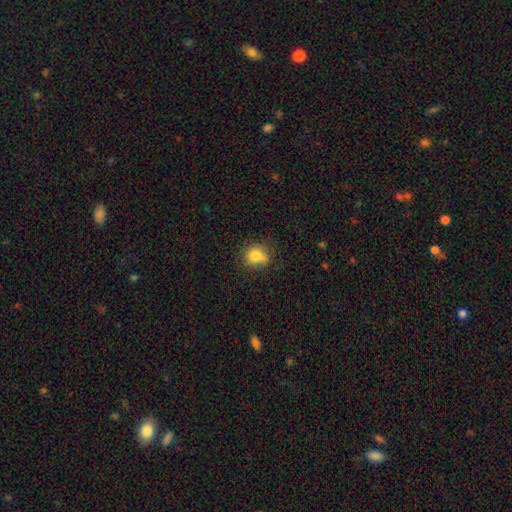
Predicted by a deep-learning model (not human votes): smooth-or-featured: smooth: 79% | star or artifact: 11% | featured or disk: 10%
  how-rounded: round: 71% | in between: 28% | cigar-shaped: 1%
  merging: none: 63% | minor disturbance: 21% | merger: 11% | major disturbance: 6%